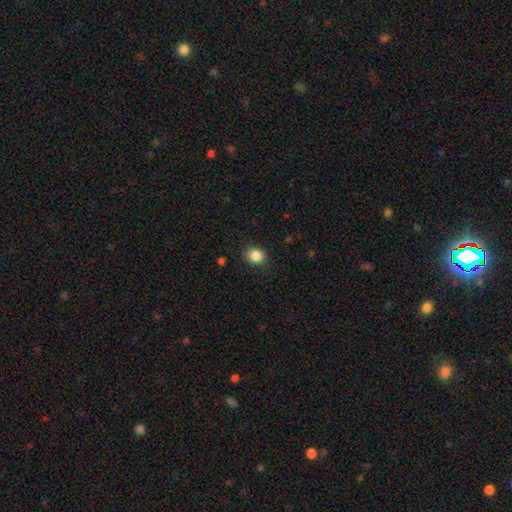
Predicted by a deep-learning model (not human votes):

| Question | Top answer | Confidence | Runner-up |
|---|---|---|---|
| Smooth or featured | smooth | 86% | star or artifact (10%) |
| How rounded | round | 62% | in between (37%) |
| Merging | none | 87% | minor disturbance (9%) |